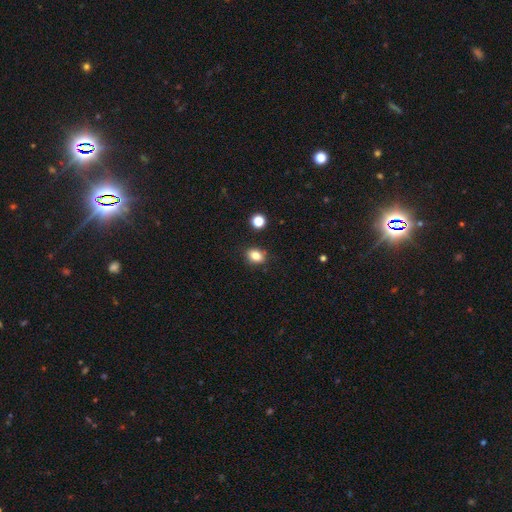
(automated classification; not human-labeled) A smooth galaxy with no disk features (83%) that is in between round and cigar-shaped (61%). Merging: none (83%).